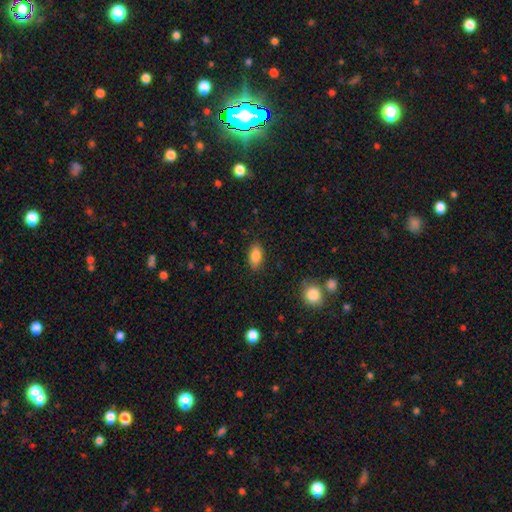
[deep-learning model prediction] Smooth or featured? Predicted: smooth (p=0.83). How rounded? Predicted: in between (p=0.86). Merging? Predicted: none (p=0.85).